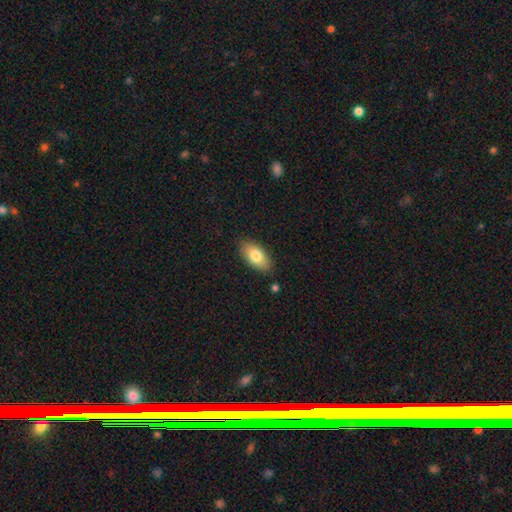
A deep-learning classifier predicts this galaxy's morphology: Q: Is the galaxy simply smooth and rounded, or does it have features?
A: smooth — 78%.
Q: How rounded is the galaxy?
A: in between — 91%.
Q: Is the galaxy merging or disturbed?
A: none — 83%.